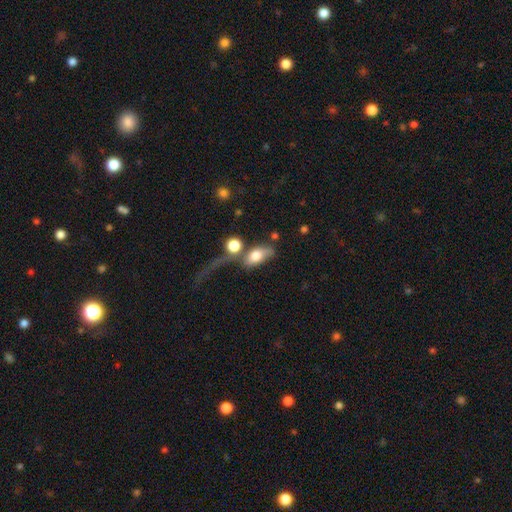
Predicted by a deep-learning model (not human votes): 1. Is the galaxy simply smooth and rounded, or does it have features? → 72% smooth, 20% featured or disk, 9% star or artifact.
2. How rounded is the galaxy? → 83% in between, 11% round, 7% cigar-shaped.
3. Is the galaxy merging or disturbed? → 34% merger, 27% none, 24% major disturbance, 14% minor disturbance.